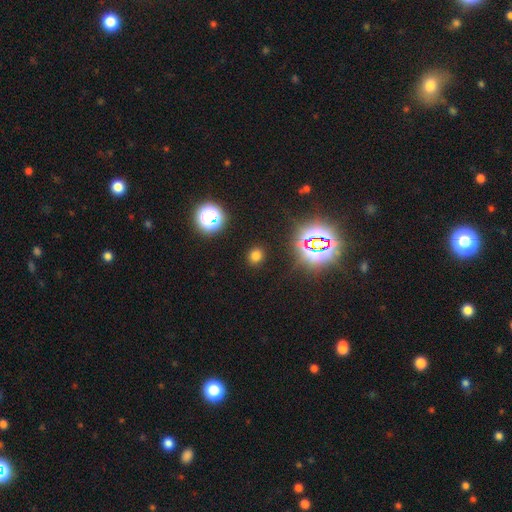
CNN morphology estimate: Smooth or featured?
  - smooth: 68% *
  - star or artifact: 26%
  - featured or disk: 6%
How rounded?
  - round: 75% *
  - in between: 24%
  - cigar-shaped: 1%
Merging?
  - none: 88% *
  - minor disturbance: 7%
  - major disturbance: 3%
  - merger: 2%